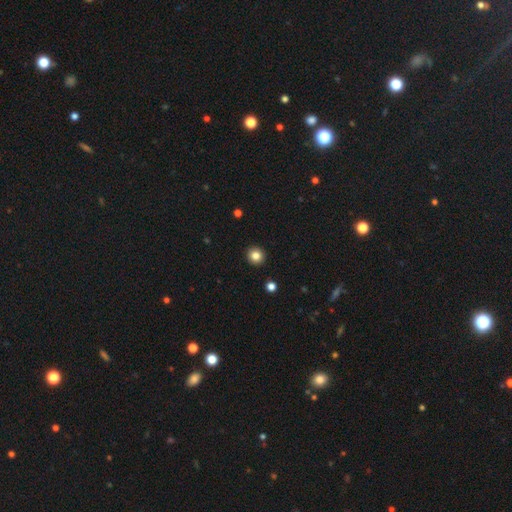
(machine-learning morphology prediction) Smooth or featured? Predicted: smooth (p=0.84). How rounded? Predicted: round (p=0.93). Merging? Predicted: none (p=0.93).